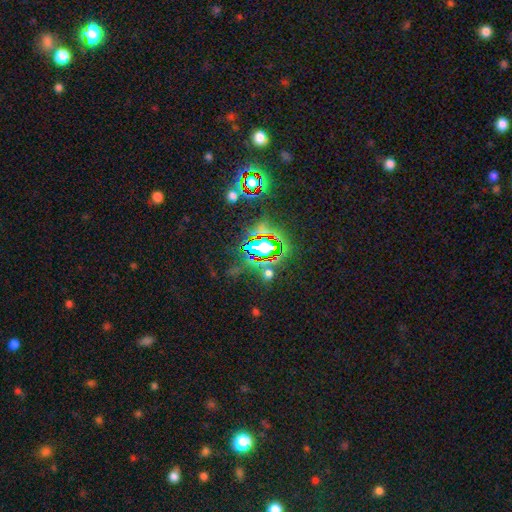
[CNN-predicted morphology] Smooth or featured? star or artifact (82%)